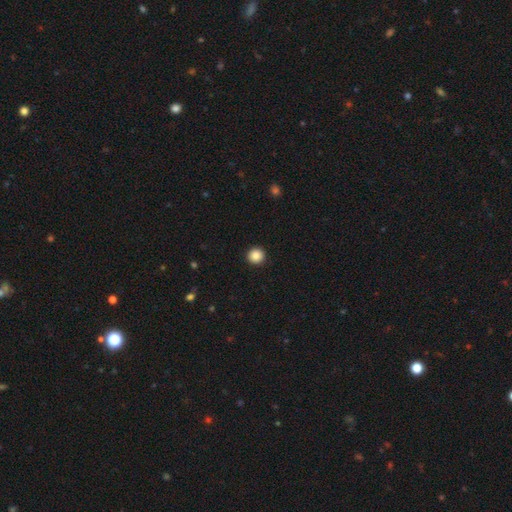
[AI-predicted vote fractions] smooth_or_featured: smooth (p=0.87) [alt: star or artifact p=0.10]
how_rounded: round (p=0.95) [alt: in between p=0.04]
merging: none (p=0.93) [alt: minor disturbance p=0.04]